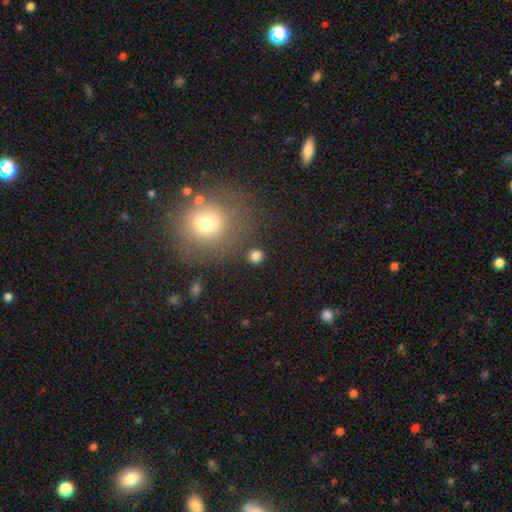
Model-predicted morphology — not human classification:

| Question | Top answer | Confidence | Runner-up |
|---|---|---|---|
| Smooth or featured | smooth | 81% | star or artifact (14%) |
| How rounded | round | 90% | in between (9%) |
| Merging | none | 86% | minor disturbance (6%) |